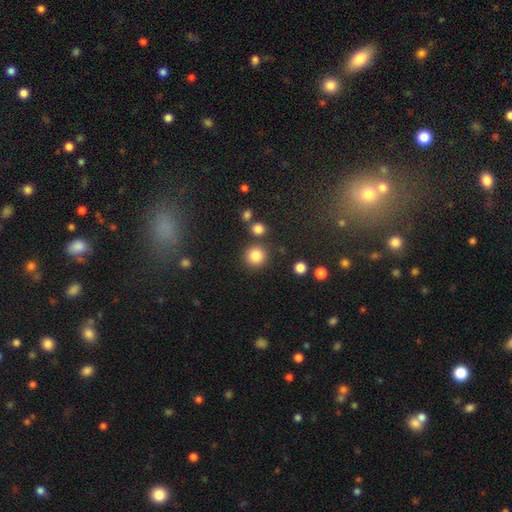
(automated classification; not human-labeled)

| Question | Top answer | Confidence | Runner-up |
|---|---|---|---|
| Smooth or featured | smooth | 84% | star or artifact (11%) |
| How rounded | round | 92% | in between (7%) |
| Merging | none | 84% | minor disturbance (7%) |